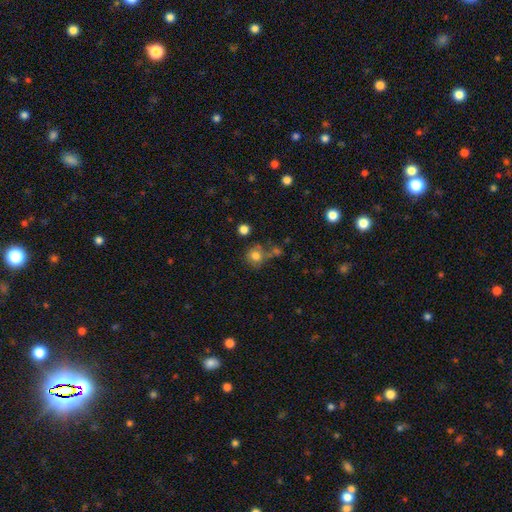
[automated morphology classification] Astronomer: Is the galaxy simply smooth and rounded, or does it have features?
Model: smooth — 78%.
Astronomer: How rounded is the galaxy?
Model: round — 86%.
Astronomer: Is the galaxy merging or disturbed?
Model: none — 58%.